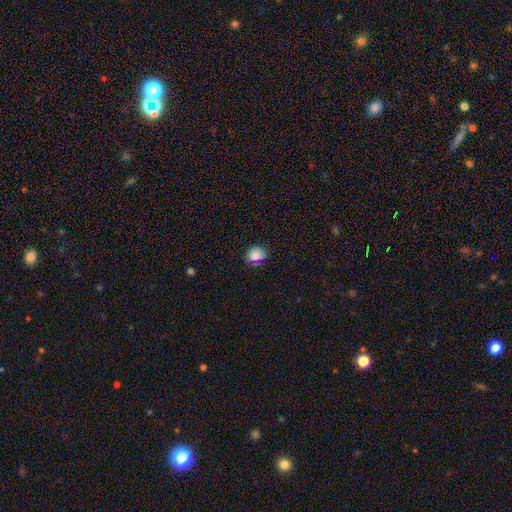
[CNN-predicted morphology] Smooth or featured? smooth (84%)
How rounded? round (76%)
Merging? none (82%)